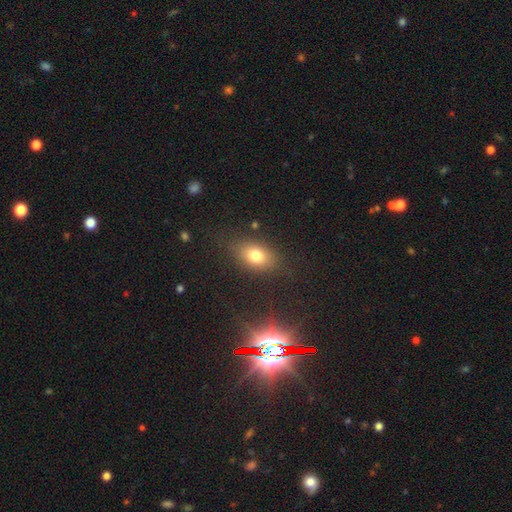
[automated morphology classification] The model was most divided on "how rounded": in between: 79%, round: 18%, cigar-shaped: 3%. More confident: merging — none (81%); smooth or featured — smooth (76%).